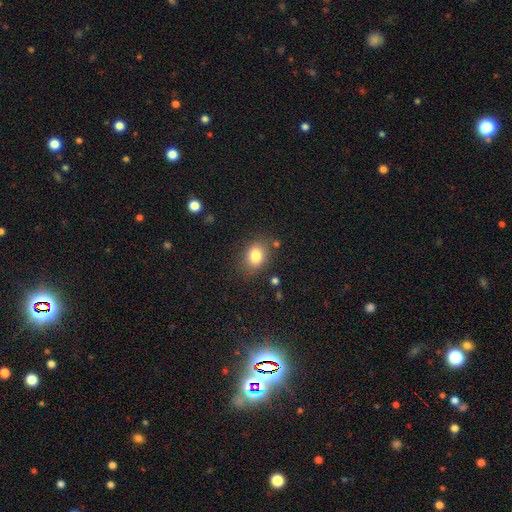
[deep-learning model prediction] Overall: smooth (82%). How rounded: in between (59%; round 40%). Merging: none (79%).